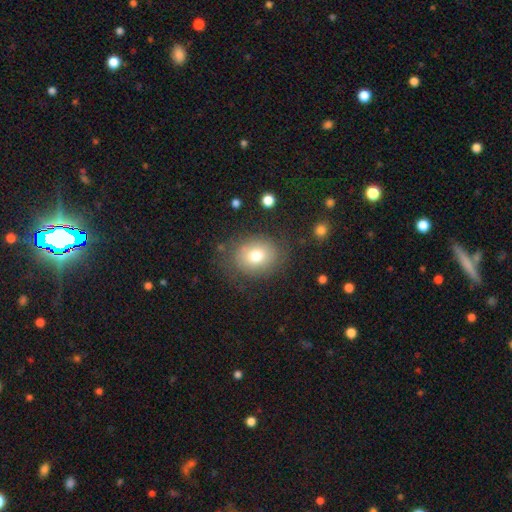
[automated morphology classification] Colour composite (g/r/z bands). It shows a smooth galaxy with no disk features (75%) that is round (61%). Merging: none (75%).